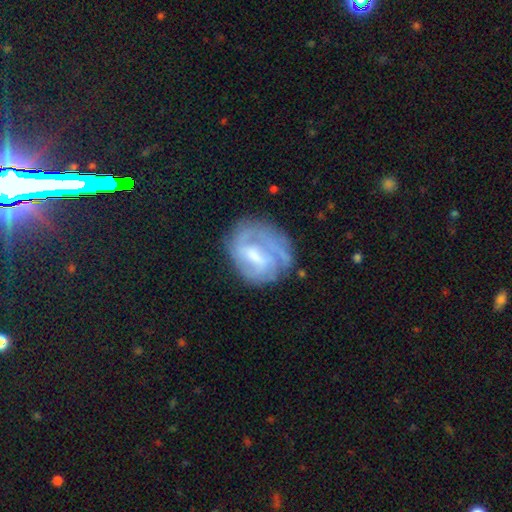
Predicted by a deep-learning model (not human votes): The model was most divided on "bulge size": moderate: 39%, small: 30%, none: 21%, large: 8%, dominant: 1%. Remaining: edge-on disk — no (97%); spiral arms — yes (76%); smooth or featured — featured or disk (69%); merging — none (56%); spiral winding — tight (53%); bar — weak (51%); spiral arm count — can't tell (43%).